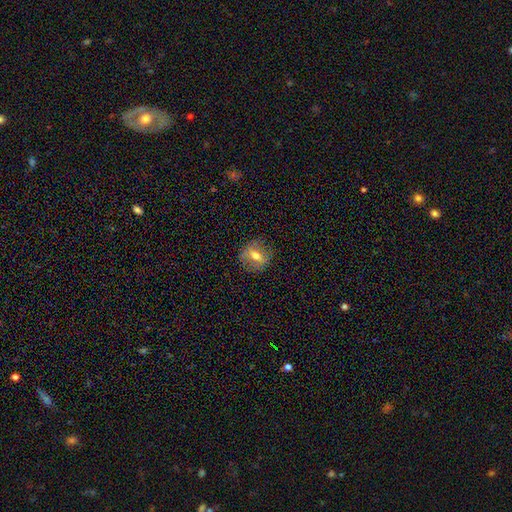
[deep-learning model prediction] smooth_or_featured: smooth (p=0.46) [alt: featured or disk p=0.43]
merging: none (p=0.83) [alt: minor disturbance p=0.12]